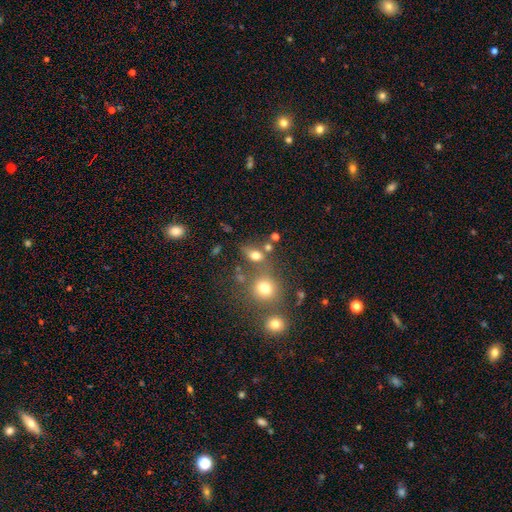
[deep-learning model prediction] Overall: smooth (70%). How rounded: in between (50%; round 45%). Merging: none (55%; merger 23%).